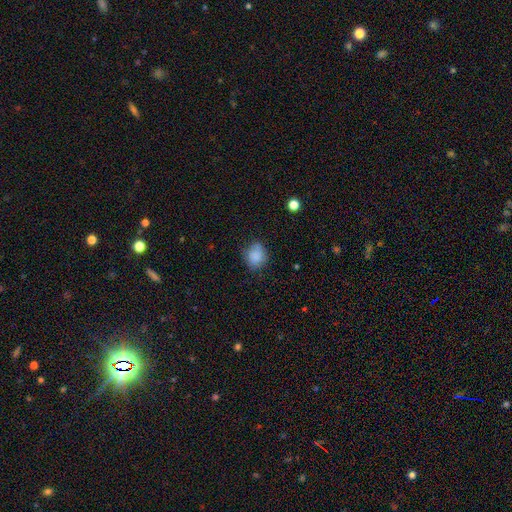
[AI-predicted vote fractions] smooth-or-featured: smooth: 84% | star or artifact: 9% | featured or disk: 7%
  how-rounded: round: 71% | in between: 28% | cigar-shaped: 1%
  merging: none: 66% | minor disturbance: 25% | major disturbance: 6% | merger: 3%